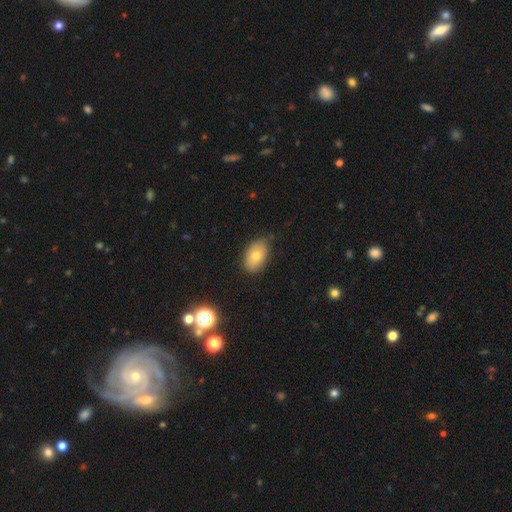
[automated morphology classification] Smooth or featured? smooth (73%)
How rounded? in between (89%)
Merging? none (73%)